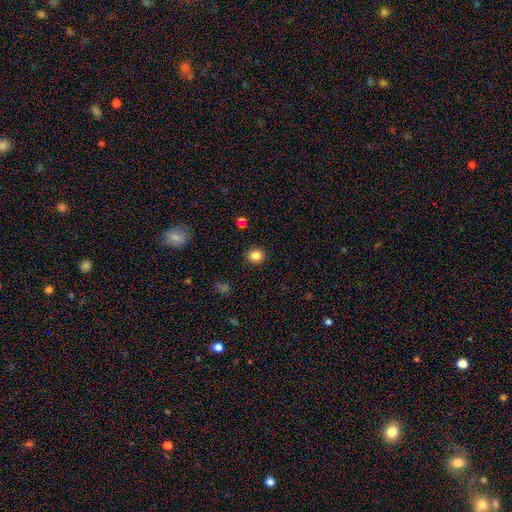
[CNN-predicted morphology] Smooth or featured? Predicted: smooth (p=0.84). How rounded? Predicted: round (p=0.72). Merging? Predicted: none (p=0.90).